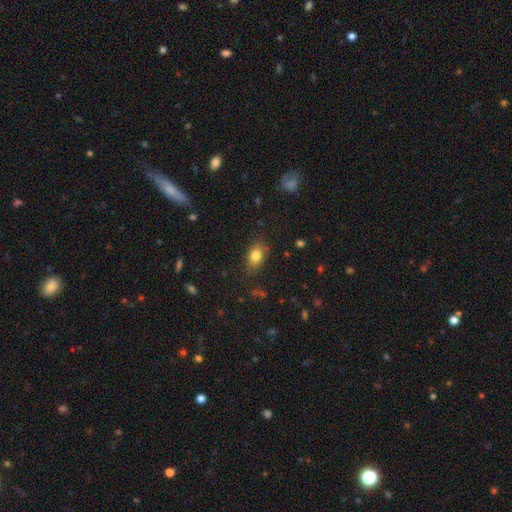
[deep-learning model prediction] Smooth or featured: smooth — 81% (star or artifact — 10%)
How rounded: in between — 81% (round — 16%)
Merging: none — 81% (minor disturbance — 14%)